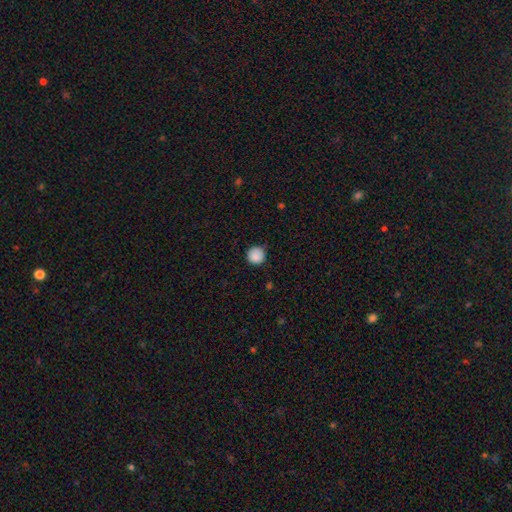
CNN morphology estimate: smooth-or-featured: smooth: 87% | star or artifact: 9% | featured or disk: 3%
  how-rounded: round: 94% | in between: 5% | cigar-shaped: 1%
  merging: none: 80% | minor disturbance: 16% | major disturbance: 3% | merger: 1%